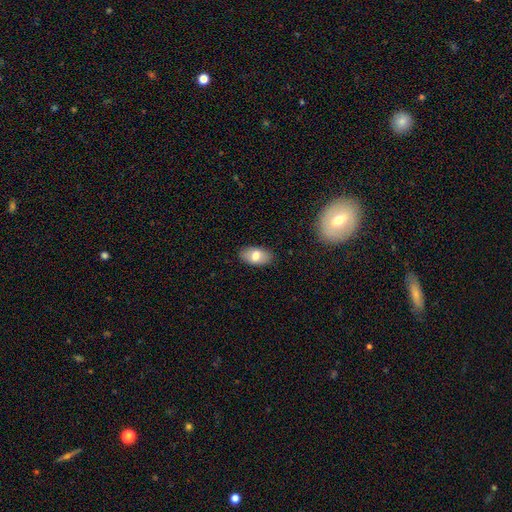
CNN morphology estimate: smooth 74%, featured or disk 19%, star or artifact 7%. Down the decision tree: how rounded — in between (93%); merging — none (87%).